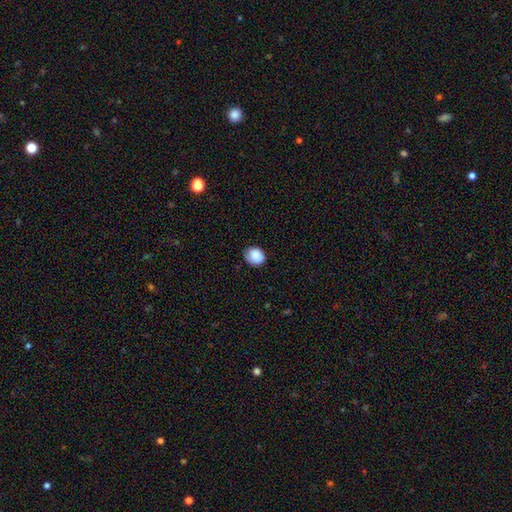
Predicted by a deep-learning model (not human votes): Q: Smooth or featured?
A: smooth (87%); runner-up: star or artifact (8%)
Q: How rounded?
A: round (58%); runner-up: in between (41%)
Q: Merging?
A: none (74%); runner-up: minor disturbance (21%)